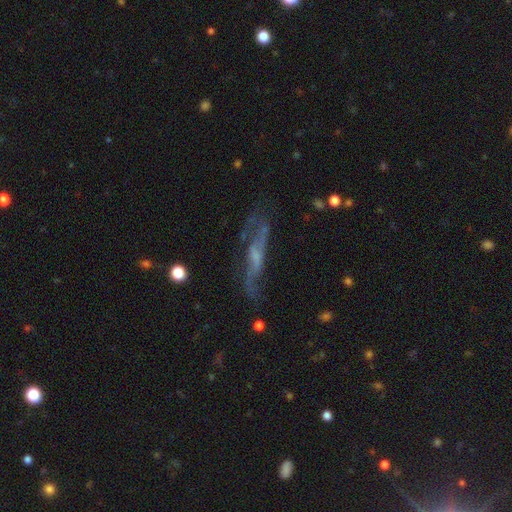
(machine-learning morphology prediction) smooth_or_featured: featured or disk (p=0.67) [alt: smooth p=0.18]
disk_edge_on: yes (p=0.53) [alt: no p=0.47]
merging: none (p=0.65) [alt: minor disturbance p=0.20]